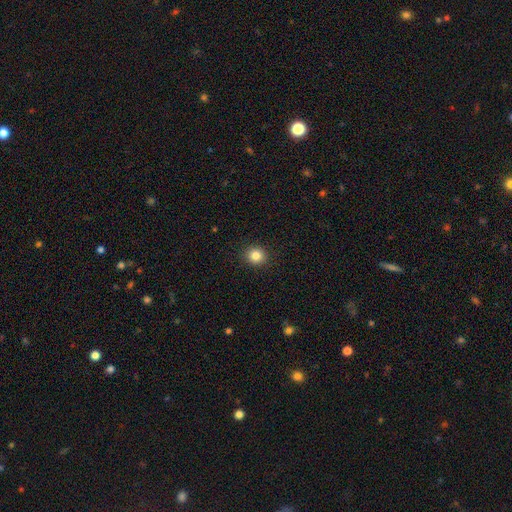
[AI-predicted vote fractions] Smooth or featured: smooth — 84% (star or artifact — 11%)
How rounded: round — 89% (in between — 10%)
Merging: none — 92% (minor disturbance — 5%)